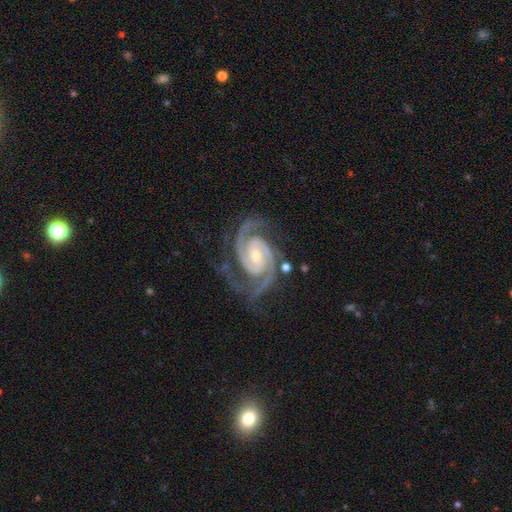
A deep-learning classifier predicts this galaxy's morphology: featured or disk 94%, star or artifact 4%, smooth 2%. Down the decision tree: edge-on disk — no (98%); bar — no (41%); spiral arms — yes (99%); spiral arm count — 2 (86%); spiral winding — tight (62%); bulge size — small (49%); merging — none (75%).